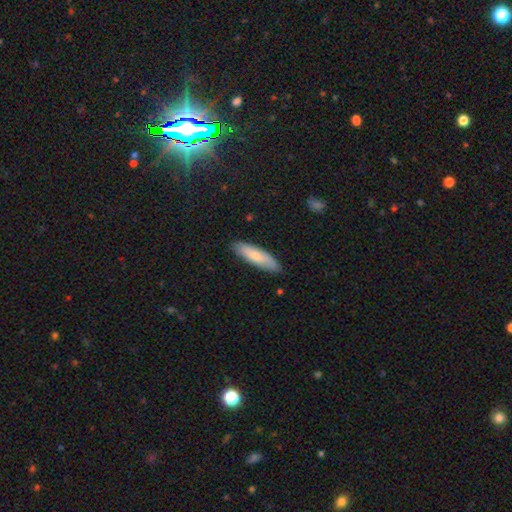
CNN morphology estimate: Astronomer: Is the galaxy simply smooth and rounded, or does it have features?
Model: smooth — 76%.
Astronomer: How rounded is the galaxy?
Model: cigar-shaped — 62%.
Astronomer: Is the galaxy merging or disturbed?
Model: none — 86%.